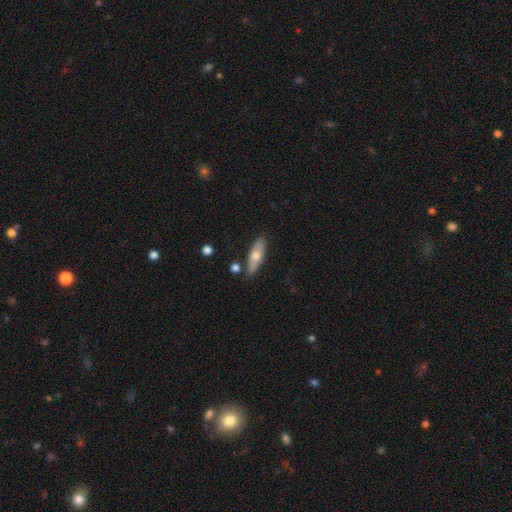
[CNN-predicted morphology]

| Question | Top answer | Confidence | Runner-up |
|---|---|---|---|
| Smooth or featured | smooth | 60% | featured or disk (33%) |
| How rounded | in between | 50% | cigar-shaped (47%) |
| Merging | none | 83% | minor disturbance (11%) |